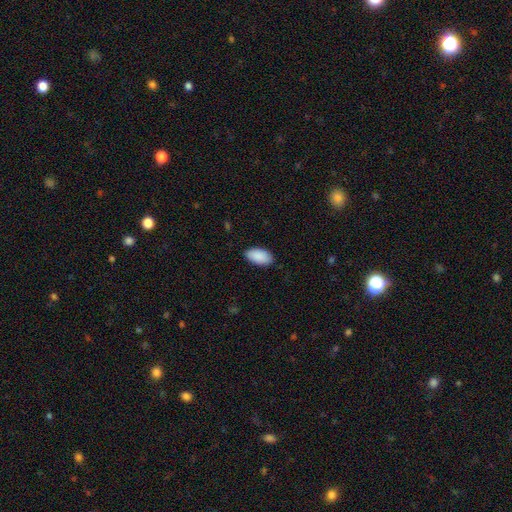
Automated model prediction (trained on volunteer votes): A smooth galaxy with no disk features (91%) that is in between round and cigar-shaped (96%).

Vote fractions:
- Smooth or featured? smooth: 91% / star or artifact: 6% / featured or disk: 3%
- How rounded? in between: 96% / round: 2% / cigar-shaped: 2%
- Merging? none: 87% / minor disturbance: 10% / major disturbance: 2% / merger: 1%